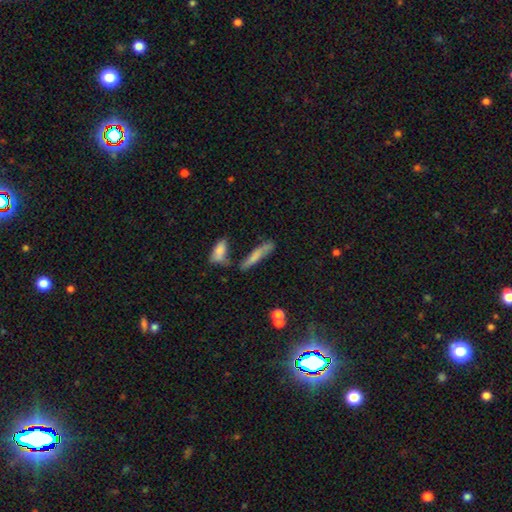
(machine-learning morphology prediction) Smooth or featured? Predicted: smooth (p=0.62). How rounded? Predicted: cigar-shaped (p=0.79). Merging? Predicted: none (p=0.52).